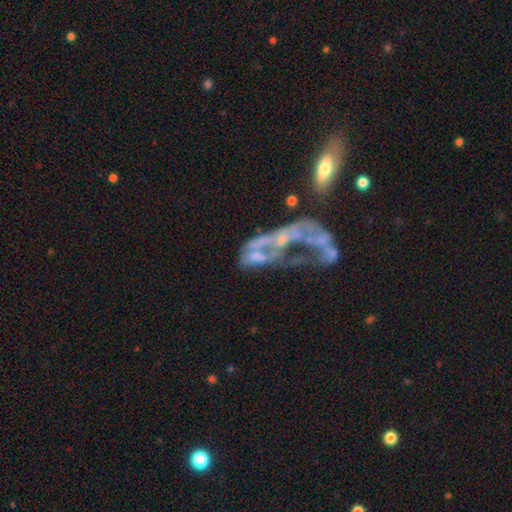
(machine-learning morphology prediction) Smooth or featured? Predicted: featured or disk (p=0.56). Edge-on disk? Predicted: no (p=0.92). Bar? Predicted: no (p=0.85). Spiral arms? Predicted: no (p=0.82). Bulge size? Predicted: none (p=0.58). Merging? Predicted: merger (p=0.50).